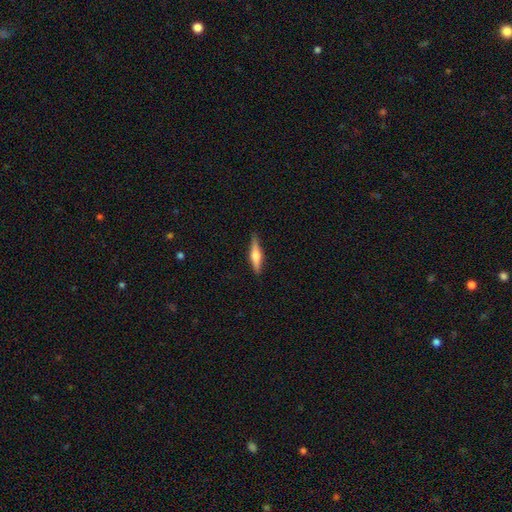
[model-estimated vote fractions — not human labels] Morphology: type=featured or disk (56%); edge-on=yes (97%); edge-on bulge=rounded (87%); merging=none (89%).